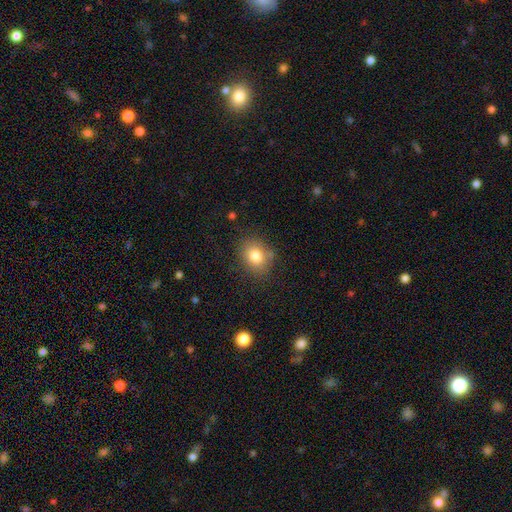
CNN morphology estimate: smooth 81%, star or artifact 10%, featured or disk 9%. Down the decision tree: how rounded — round (53%); merging — none (78%).